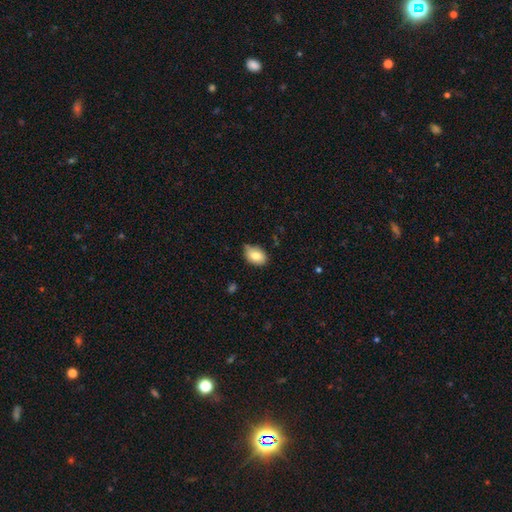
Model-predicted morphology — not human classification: Smooth or featured? Predicted: smooth (p=0.82). How rounded? Predicted: in between (p=0.84). Merging? Predicted: none (p=0.68).